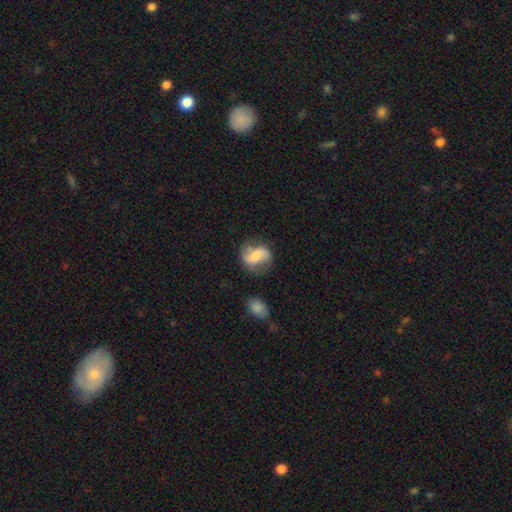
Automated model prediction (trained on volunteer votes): smooth_or_featured: featured or disk (p=0.54) [alt: smooth p=0.39]
disk_edge_on: no (p=0.96) [alt: yes p=0.04]
bar: weak (p=0.38) [alt: strong p=0.32]
has_spiral_arms: yes (p=0.83) [alt: no p=0.17]
bulge_size: moderate (p=0.44) [alt: small p=0.33]
merging: none (p=0.63) [alt: minor disturbance p=0.23]